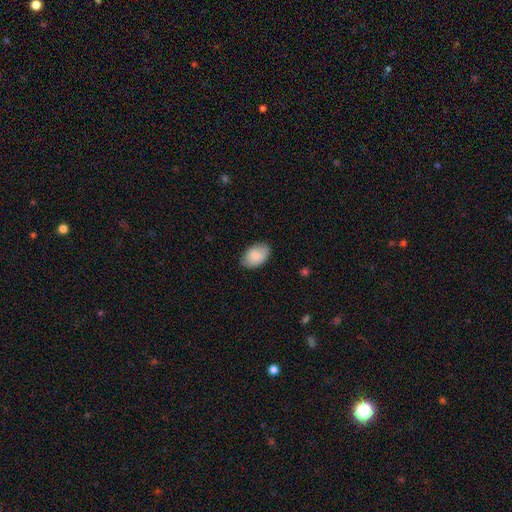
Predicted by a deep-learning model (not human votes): Q: Smooth or featured?
A: smooth (85%); runner-up: featured or disk (9%)
Q: How rounded?
A: in between (91%); runner-up: round (8%)
Q: Merging?
A: none (81%); runner-up: minor disturbance (15%)